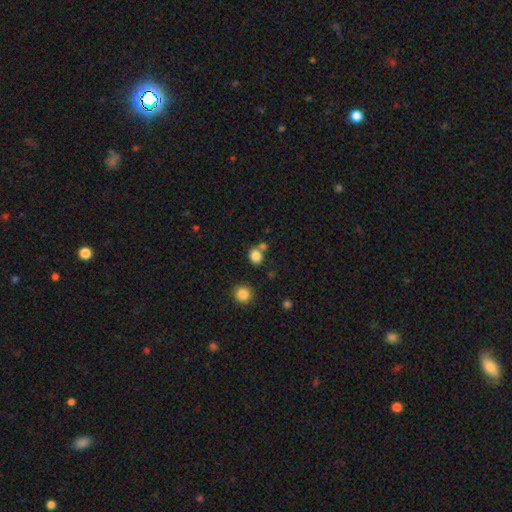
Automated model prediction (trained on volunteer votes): This appears to be a smooth galaxy with no disk features (83%) that is round (66%). Merging: none (65%).